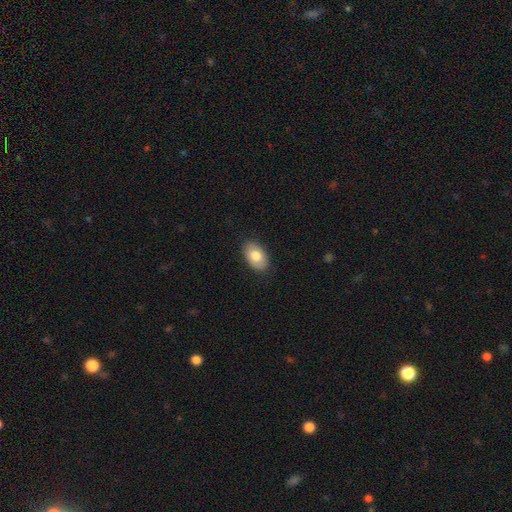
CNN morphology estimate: A smooth galaxy with no disk features (79%) that is in between round and cigar-shaped (93%).

Vote fractions:
- Smooth or featured? smooth: 79% / featured or disk: 14% / star or artifact: 6%
- How rounded? in between: 93% / round: 6% / cigar-shaped: 1%
- Merging? none: 87% / minor disturbance: 10% / major disturbance: 2% / merger: 1%